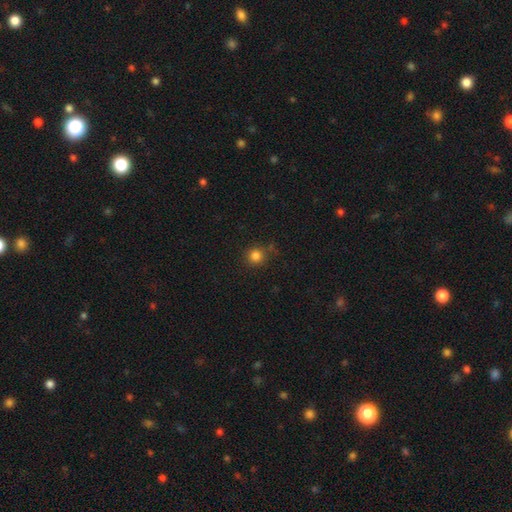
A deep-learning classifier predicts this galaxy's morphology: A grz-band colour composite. It shows a smooth galaxy with no disk features (83%) that is round (92%). Merging: none (81%).